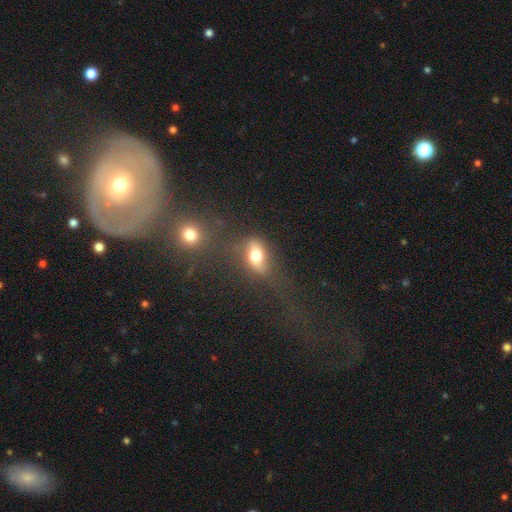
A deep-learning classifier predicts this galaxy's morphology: type=smooth (71%); roundness=in between (80%); merging=none (57%).